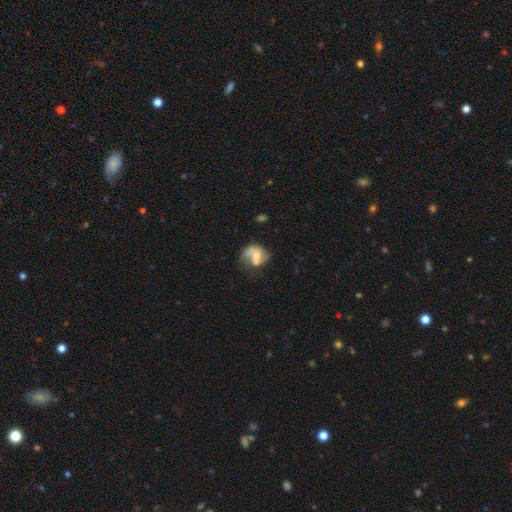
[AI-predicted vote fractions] Smooth or featured: featured or disk — 61% (smooth — 31%)
Edge-on disk: no — 98% (yes — 2%)
Bar: no — 54% (weak — 35%)
Spiral arms: yes — 76% (no — 24%)
Bulge size: moderate — 47% (small — 41%)
Merging: none — 40% (minor disturbance — 24%)